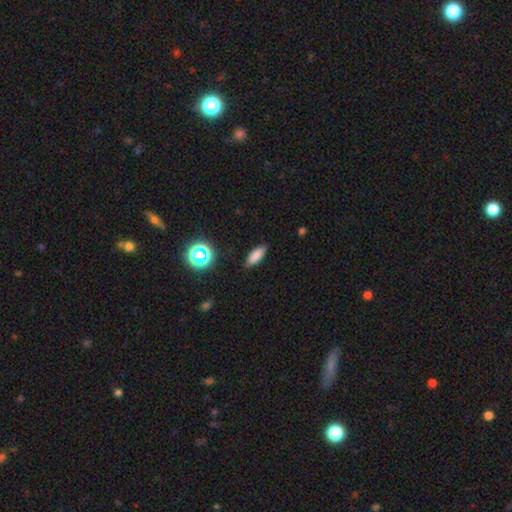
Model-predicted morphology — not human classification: Smooth or featured?
  - smooth: 81% *
  - star or artifact: 12%
  - featured or disk: 8%
How rounded?
  - in between: 66% *
  - cigar-shaped: 30%
  - round: 4%
Merging?
  - none: 86% *
  - minor disturbance: 10%
  - major disturbance: 2%
  - merger: 1%